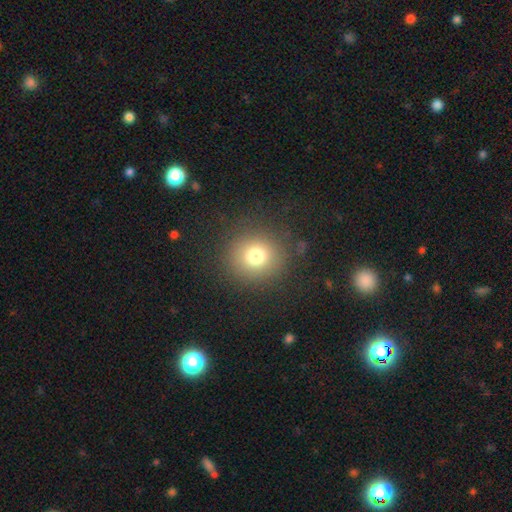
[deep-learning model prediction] Smooth or featured?
  - smooth: 75% *
  - star or artifact: 15%
  - featured or disk: 9%
How rounded?
  - round: 90% *
  - in between: 9%
  - cigar-shaped: 1%
Merging?
  - none: 87% *
  - minor disturbance: 8%
  - major disturbance: 4%
  - merger: 1%